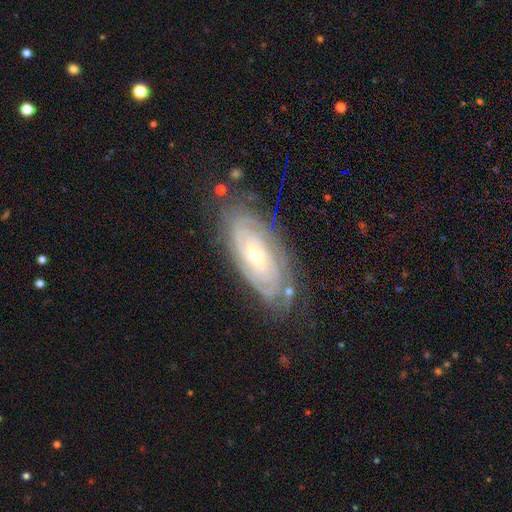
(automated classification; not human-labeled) Q: Smooth or featured?
A: featured or disk (85%); runner-up: smooth (9%)
Q: Edge-on disk?
A: no (92%); runner-up: yes (8%)
Q: Bar?
A: no (63%); runner-up: weak (26%)
Q: Spiral arms?
A: yes (95%); runner-up: no (5%)
Q: Spiral winding?
A: tight (83%); runner-up: medium (14%)
Q: Spiral arm count?
A: can't tell (43%); runner-up: 2 (19%)
Q: Bulge size?
A: small (54%); runner-up: moderate (42%)
Q: Merging?
A: none (75%); runner-up: minor disturbance (17%)